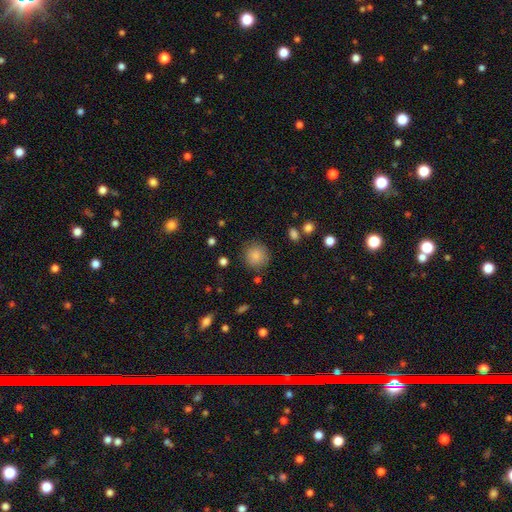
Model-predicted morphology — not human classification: type=smooth (85%); roundness=round (92%); merging=none (85%).